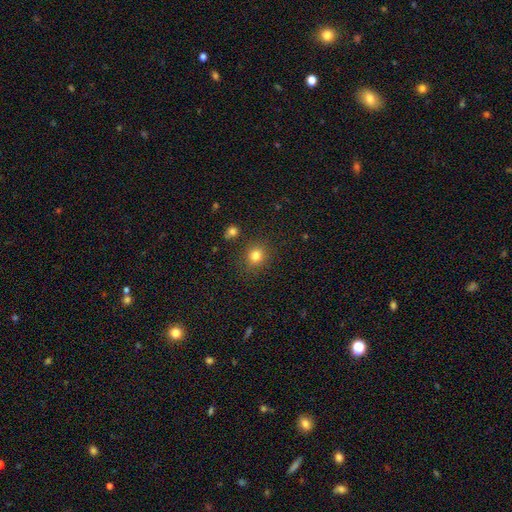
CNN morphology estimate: The model was most divided on "how rounded": round: 77%, in between: 22%, cigar-shaped: 1%. More confident: merging — none (84%); smooth or featured — smooth (81%).